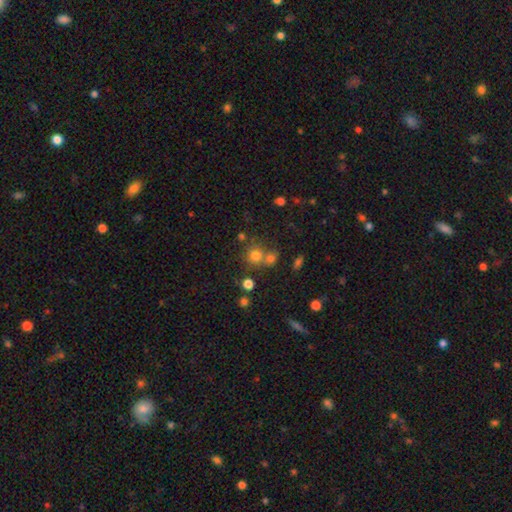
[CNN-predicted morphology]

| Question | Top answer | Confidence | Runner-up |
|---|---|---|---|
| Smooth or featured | smooth | 73% | star or artifact (17%) |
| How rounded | round | 87% | in between (12%) |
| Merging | none | 58% | merger (29%) |